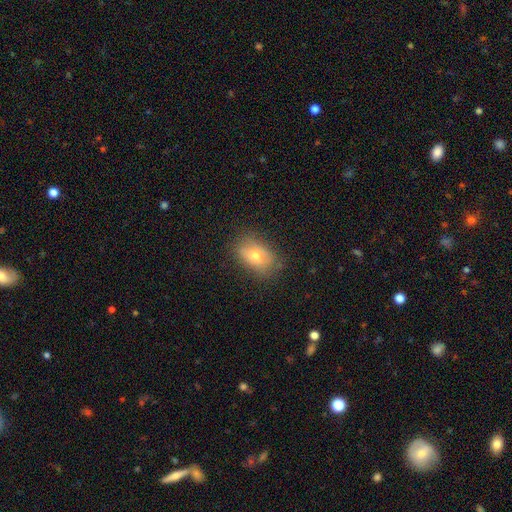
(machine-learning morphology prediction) smooth_or_featured: smooth (p=0.67) [alt: featured or disk p=0.24]
how_rounded: in between (p=0.81) [alt: round p=0.17]
merging: none (p=0.76) [alt: minor disturbance p=0.18]